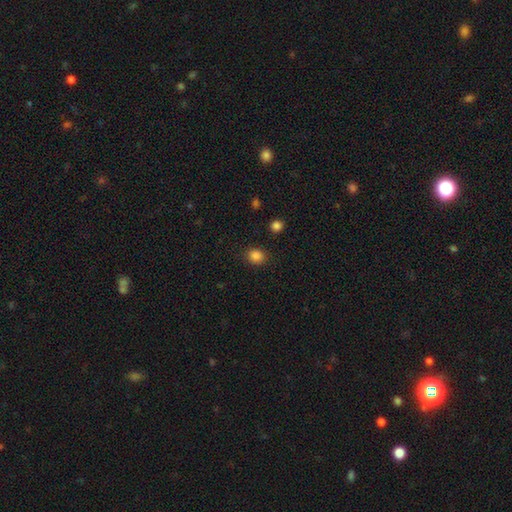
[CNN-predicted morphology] Smooth or featured?
  - smooth: 86% *
  - star or artifact: 11%
  - featured or disk: 3%
How rounded?
  - round: 66% *
  - in between: 33%
  - cigar-shaped: 1%
Merging?
  - none: 88% *
  - minor disturbance: 8%
  - major disturbance: 3%
  - merger: 2%